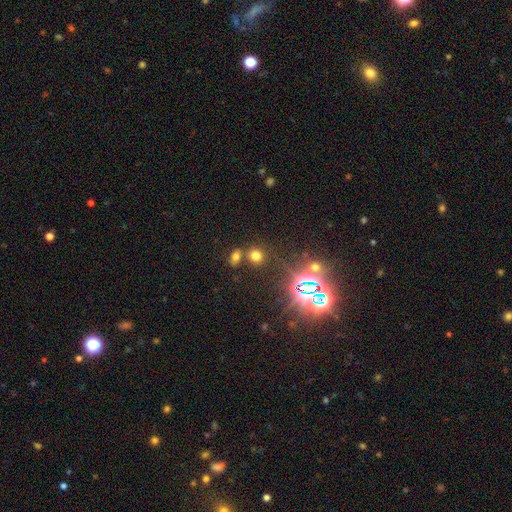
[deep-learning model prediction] Morphology: type=smooth (62%); roundness=round (74%); merging=none (66%).